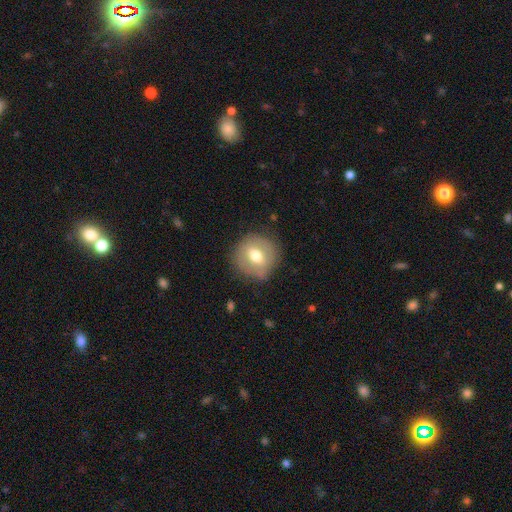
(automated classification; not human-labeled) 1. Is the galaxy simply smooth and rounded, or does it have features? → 59% smooth, 33% featured or disk, 8% star or artifact.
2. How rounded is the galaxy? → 89% round, 10% in between, 1% cigar-shaped.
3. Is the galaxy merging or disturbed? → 81% none, 13% minor disturbance, 4% major disturbance, 1% merger.